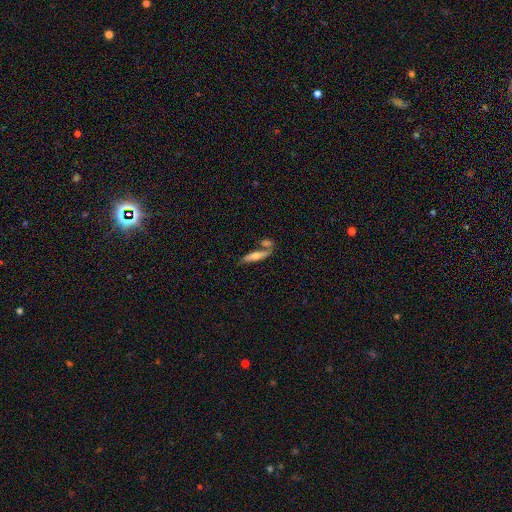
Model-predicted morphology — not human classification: Smooth or featured: smooth — 47% (featured or disk — 46%)
Merging: none — 61% (merger — 23%)